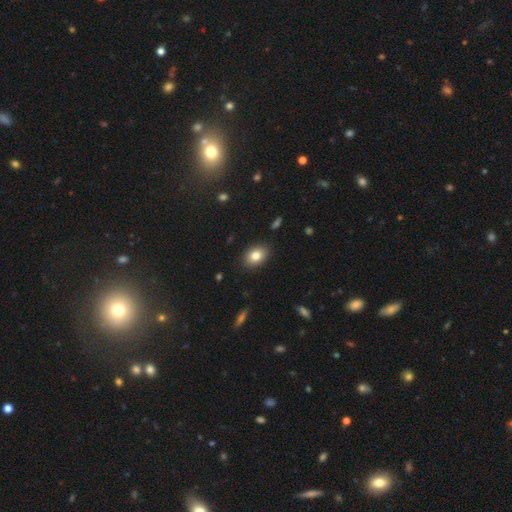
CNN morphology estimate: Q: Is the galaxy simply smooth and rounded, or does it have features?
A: smooth — 82%.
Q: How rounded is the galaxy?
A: in between — 76%.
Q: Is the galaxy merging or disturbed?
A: none — 88%.